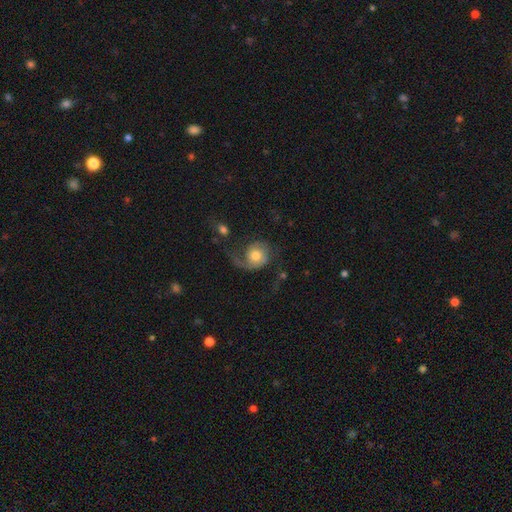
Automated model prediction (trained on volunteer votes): Overall: featured or disk (62%; smooth 31%). Edge-on disk: no (97%). Bar: no (76%). Spiral arms: yes (89%). Spiral arm count: 1 (52%; 2 40%). Spiral winding: loose (49%; medium 34%). Bulge size: moderate (64%). Merging: none (41%; major disturbance 35%).